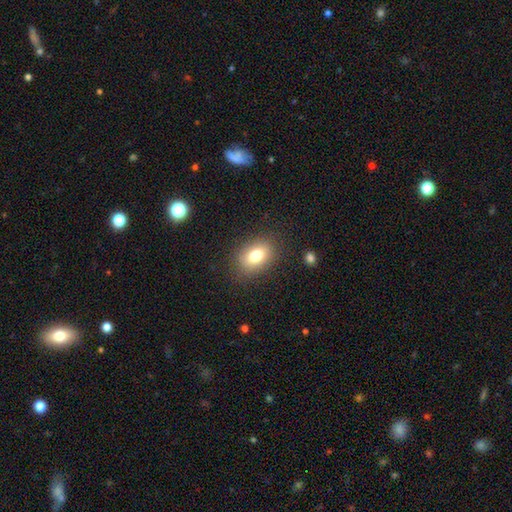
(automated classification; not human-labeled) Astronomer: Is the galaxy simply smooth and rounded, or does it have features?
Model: smooth — 78%.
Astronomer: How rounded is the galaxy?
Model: in between — 80%.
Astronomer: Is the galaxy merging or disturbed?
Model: none — 84%.